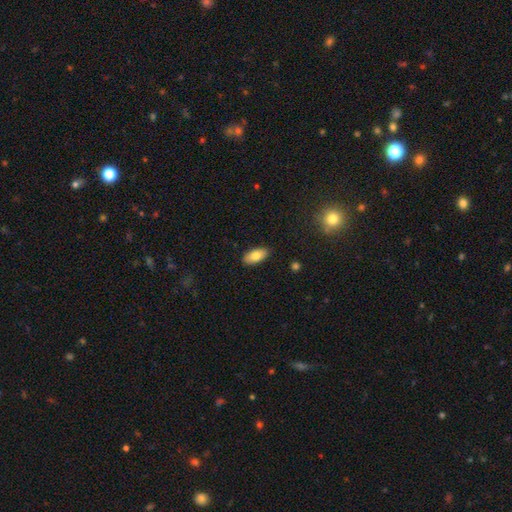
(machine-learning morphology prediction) smooth_or_featured: smooth (p=0.81) [alt: featured or disk p=0.12]
how_rounded: in between (p=0.90) [alt: cigar-shaped p=0.07]
merging: none (p=0.88) [alt: minor disturbance p=0.09]